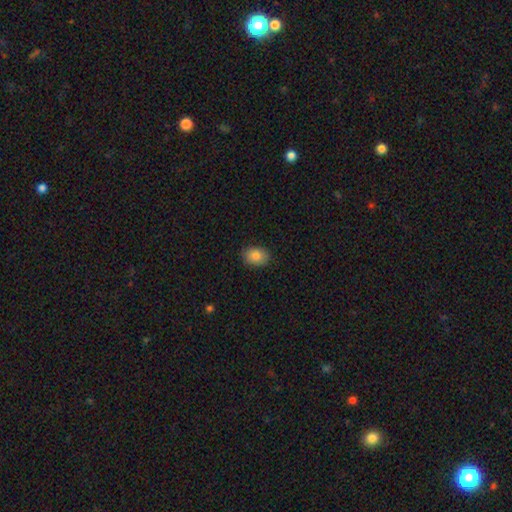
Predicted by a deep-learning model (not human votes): Smooth or featured? Predicted: smooth (p=0.84). How rounded? Predicted: in between (p=0.66). Merging? Predicted: none (p=0.87).